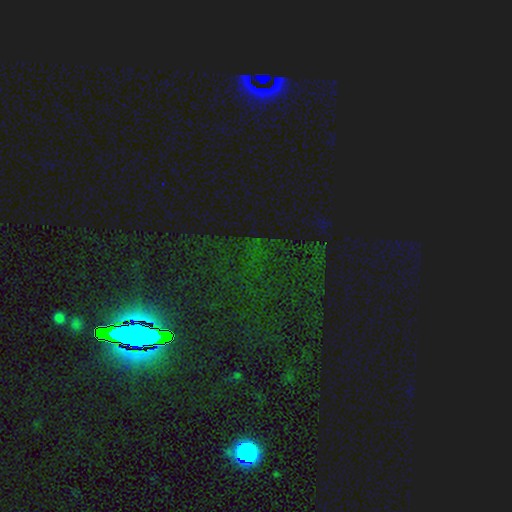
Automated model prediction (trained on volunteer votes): This is clearly a star or artifact rather than a galaxy (83%).